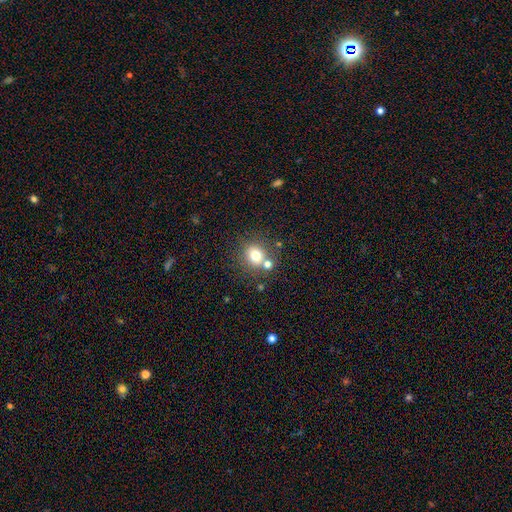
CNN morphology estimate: Smooth or featured? smooth (74%)
How rounded? round (80%)
Merging? none (65%)